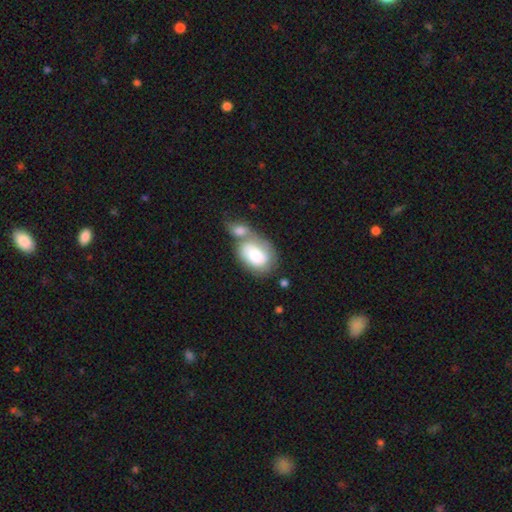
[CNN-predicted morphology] smooth-or-featured: smooth: 68% | featured or disk: 26% | star or artifact: 6%
  how-rounded: in between: 83% | round: 16% | cigar-shaped: 1%
  merging: merger: 57% | none: 22% | minor disturbance: 13% | major disturbance: 9%